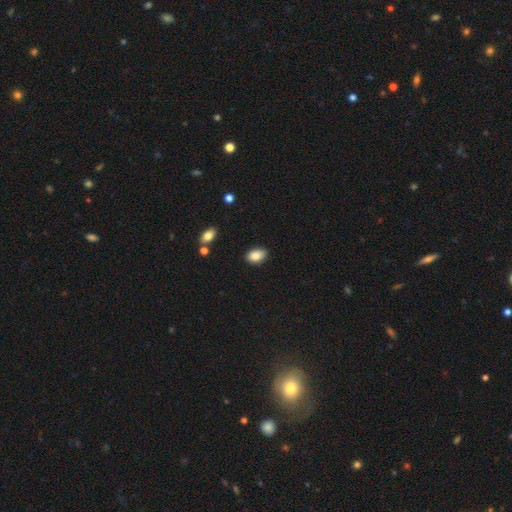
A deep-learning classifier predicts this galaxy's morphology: Smooth or featured?
  - smooth: 86% *
  - star or artifact: 8%
  - featured or disk: 6%
How rounded?
  - in between: 85% *
  - round: 13%
  - cigar-shaped: 1%
Merging?
  - none: 84% *
  - minor disturbance: 12%
  - major disturbance: 2%
  - merger: 2%